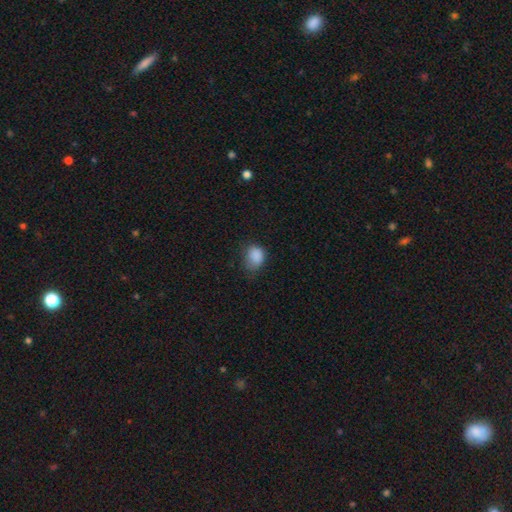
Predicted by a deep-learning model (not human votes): The model was most divided on "merging": none: 51%, minor disturbance: 35%, major disturbance: 13%, merger: 2%. More confident: smooth or featured — smooth (85%); how rounded — in between (57%).